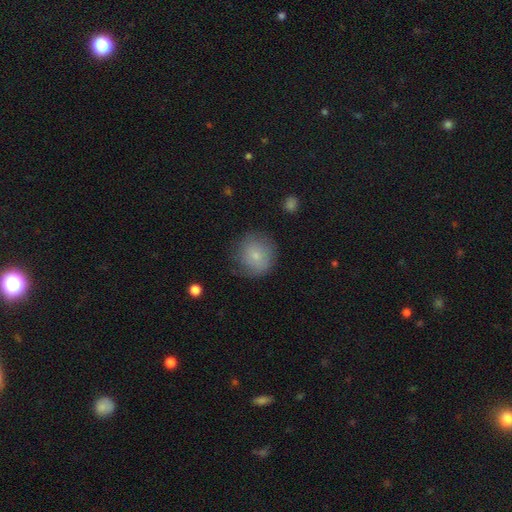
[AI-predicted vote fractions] Smooth or featured? Predicted: smooth (p=0.77). How rounded? Predicted: round (p=0.88). Merging? Predicted: none (p=0.71).